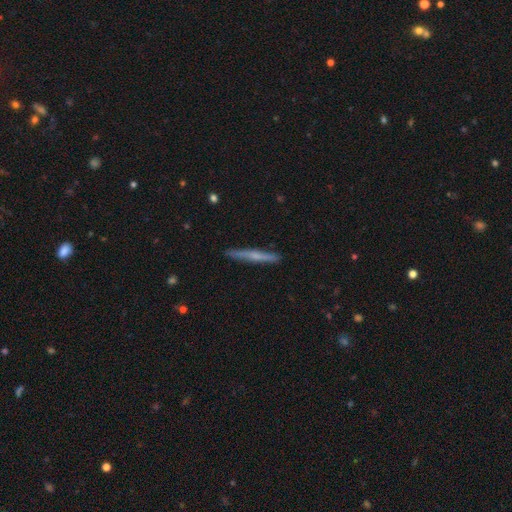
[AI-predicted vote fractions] Smooth or featured: featured or disk — 52% (smooth — 42%)
Edge-on disk: yes — 97% (no — 3%)
Edge-on bulge: none — 46% (rounded — 45%)
Merging: none — 90% (minor disturbance — 7%)